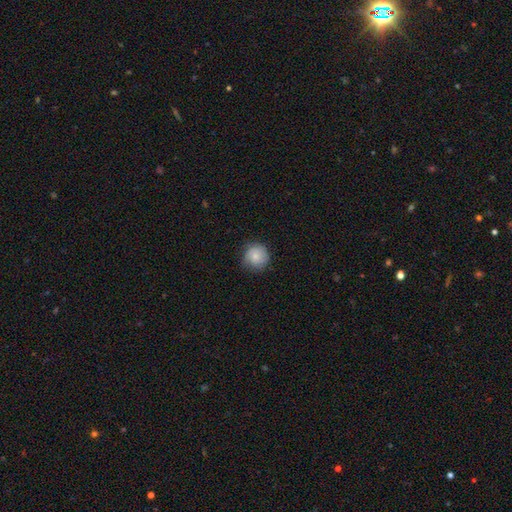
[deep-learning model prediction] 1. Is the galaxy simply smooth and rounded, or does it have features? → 80% smooth, 12% featured or disk, 8% star or artifact.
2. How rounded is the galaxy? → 92% round, 7% in between, 1% cigar-shaped.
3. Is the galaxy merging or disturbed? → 74% none, 21% minor disturbance, 4% major disturbance, 1% merger.